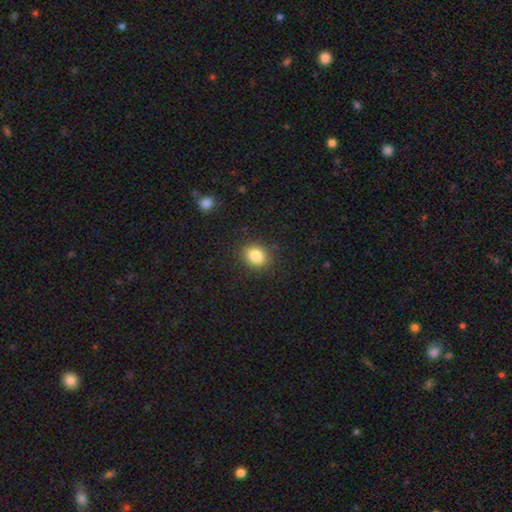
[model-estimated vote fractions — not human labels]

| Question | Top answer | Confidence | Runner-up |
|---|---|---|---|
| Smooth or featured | smooth | 85% | star or artifact (10%) |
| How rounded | round | 55% | in between (44%) |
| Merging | none | 86% | minor disturbance (10%) |